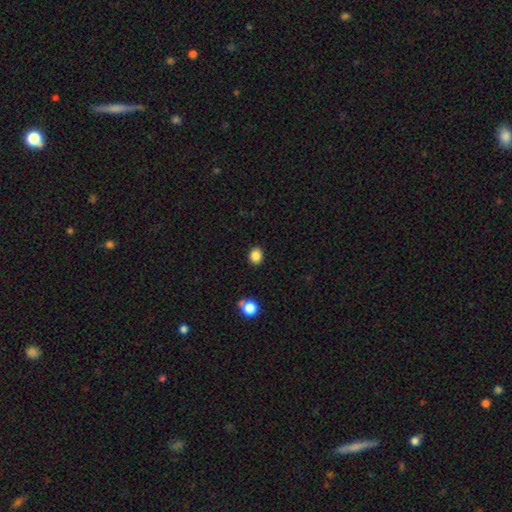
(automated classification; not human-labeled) Smooth or featured: smooth — 86% (star or artifact — 11%)
How rounded: round — 65% (in between — 34%)
Merging: none — 89% (minor disturbance — 7%)